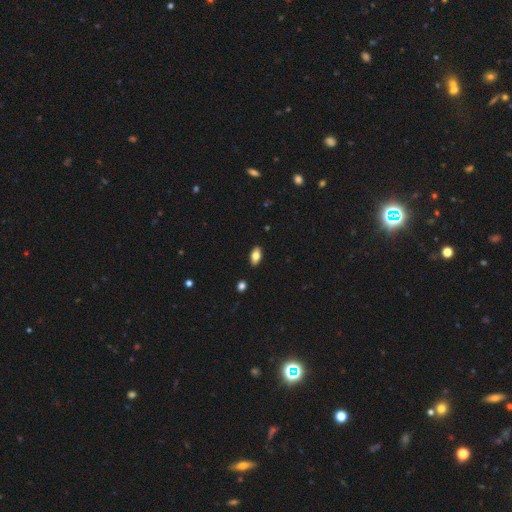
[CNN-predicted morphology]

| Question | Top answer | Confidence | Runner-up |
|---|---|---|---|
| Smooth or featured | smooth | 78% | featured or disk (14%) |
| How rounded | in between | 91% | cigar-shaped (5%) |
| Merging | none | 89% | minor disturbance (9%) |